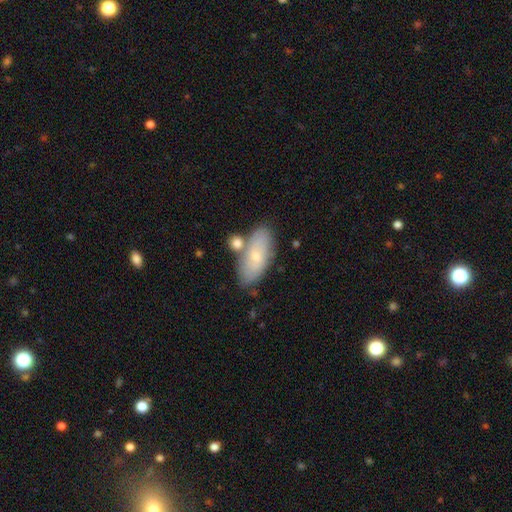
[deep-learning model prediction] smooth-or-featured: smooth: 69% | featured or disk: 25% | star or artifact: 6%
  how-rounded: in between: 86% | cigar-shaped: 11% | round: 3%
  merging: none: 66% | merger: 15% | minor disturbance: 15% | major disturbance: 4%